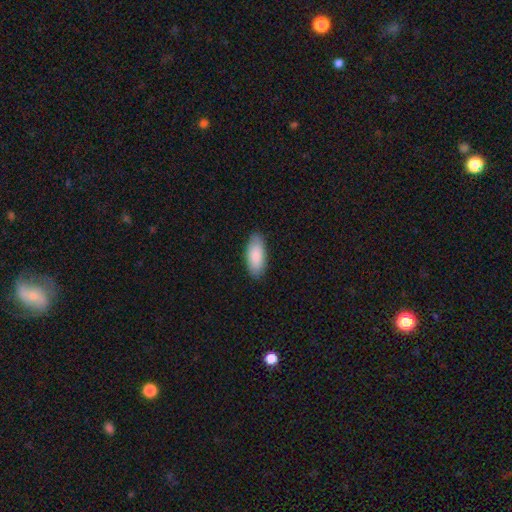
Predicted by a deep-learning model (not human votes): Smooth or featured: smooth — 87% (featured or disk — 8%)
How rounded: in between — 86% (cigar-shaped — 12%)
Merging: none — 86% (minor disturbance — 11%)